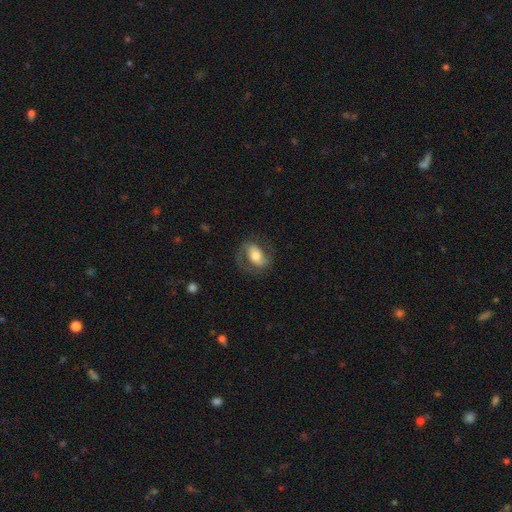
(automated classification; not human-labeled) smooth-or-featured: featured or disk: 59% | smooth: 35% | star or artifact: 7%
  disk-edge-on: no: 95% | yes: 5%
    bar: no: 34% (tied) | weak: 34% (tied) | strong: 32%
    has-spiral-arms: yes: 82% | no: 18%
    bulge-size: moderate: 60% | large: 22% | small: 15% | dominant: 3% | none: 2%
  merging: none: 68% | minor disturbance: 17% | major disturbance: 14% | merger: 1%